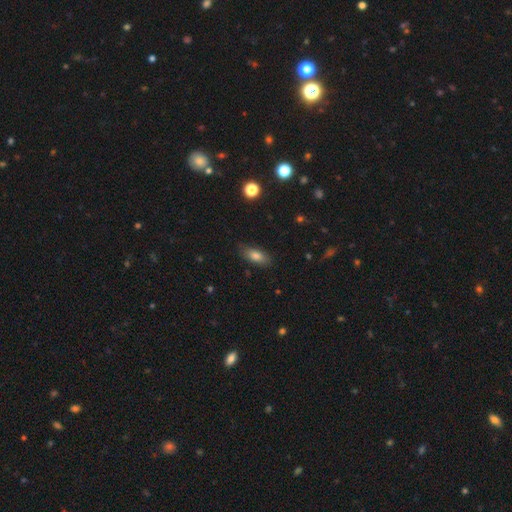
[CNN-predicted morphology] Q: Smooth or featured?
A: smooth (79%); runner-up: featured or disk (13%)
Q: How rounded?
A: in between (81%); runner-up: cigar-shaped (15%)
Q: Merging?
A: none (82%); runner-up: minor disturbance (14%)